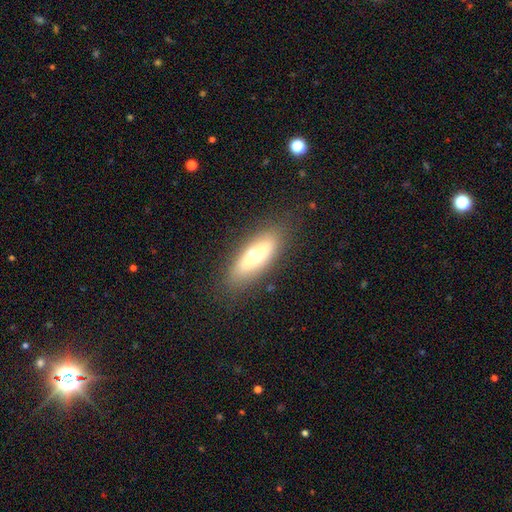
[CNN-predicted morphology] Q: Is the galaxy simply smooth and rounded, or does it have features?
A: smooth — 57%.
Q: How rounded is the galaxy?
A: in between — 62%.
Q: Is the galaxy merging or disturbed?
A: none — 84%.